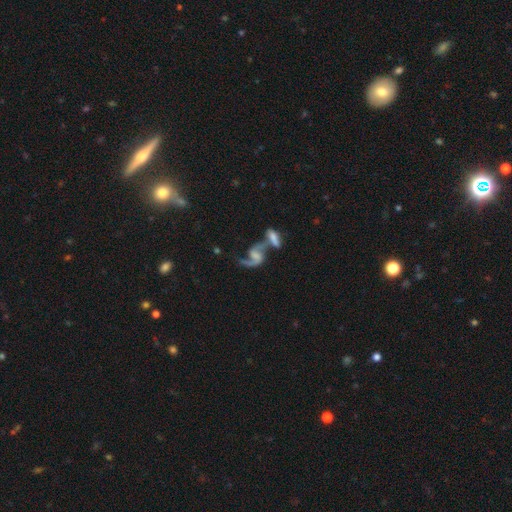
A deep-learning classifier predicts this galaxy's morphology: The model was most divided on "bar" (2-way tie): no: 42%, weak: 42%, strong: 16%. Remaining: edge-on disk — no (96%); spiral arms — yes (94%); spiral arm count — 2 (83%); smooth or featured — featured or disk (82%); spiral winding — loose (65%); merging — merger (52%); bulge size — none (43%).